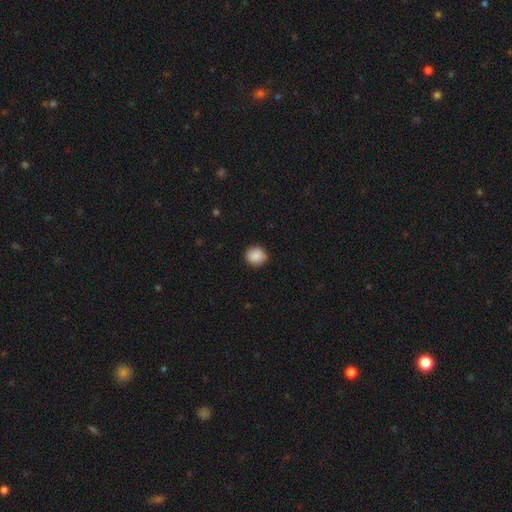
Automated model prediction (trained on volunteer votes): Smooth or featured?
  - smooth: 89% *
  - star or artifact: 8%
  - featured or disk: 3%
How rounded?
  - round: 87% *
  - in between: 12%
  - cigar-shaped: 1%
Merging?
  - none: 89% *
  - minor disturbance: 8%
  - major disturbance: 2%
  - merger: 1%